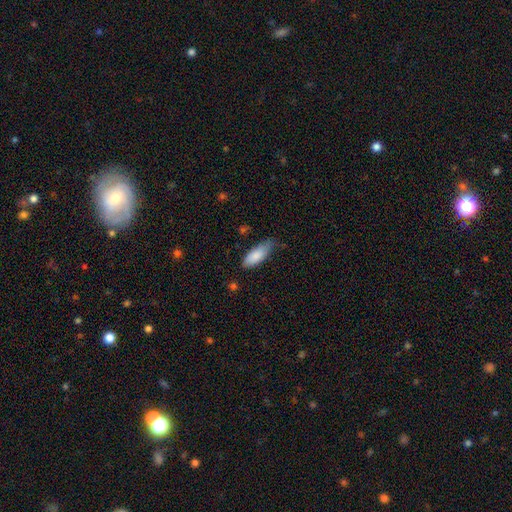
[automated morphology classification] type=smooth (85%); roundness=in between (74%); merging=none (55%).